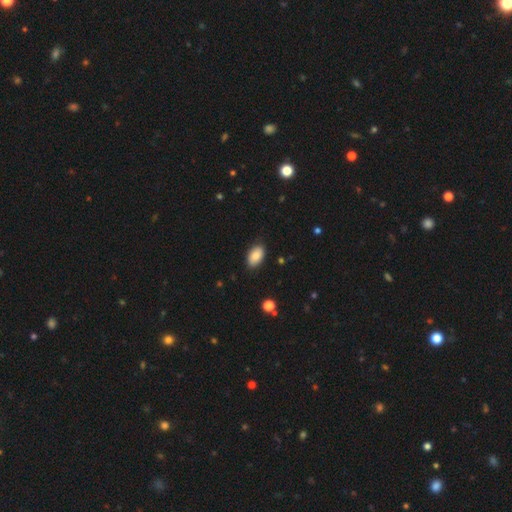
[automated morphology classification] Smooth or featured?
  - smooth: 86% *
  - star or artifact: 7%
  - featured or disk: 7%
How rounded?
  - in between: 93% *
  - round: 6%
  - cigar-shaped: 1%
Merging?
  - none: 85% *
  - minor disturbance: 12%
  - major disturbance: 2%
  - merger: 1%